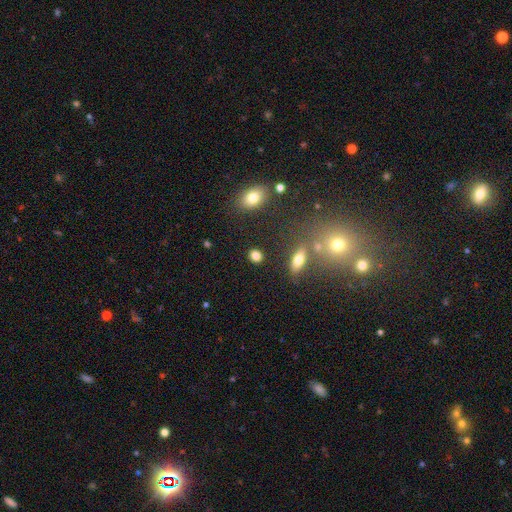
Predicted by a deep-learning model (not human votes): The model was most divided on "how rounded": round: 56%, in between: 41%, cigar-shaped: 3%. More confident: merging — none (84%); smooth or featured — smooth (82%).